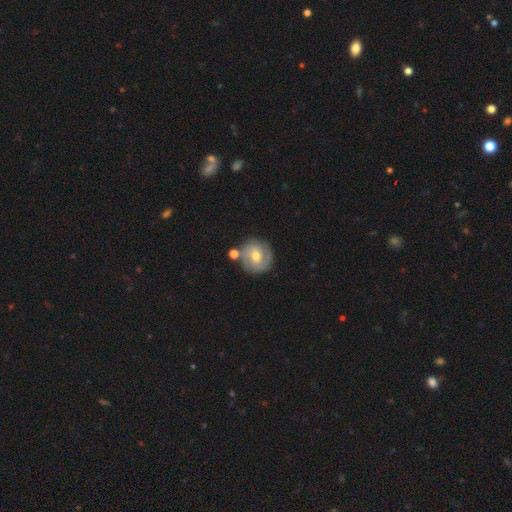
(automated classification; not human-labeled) smooth_or_featured: featured or disk (p=0.62) [alt: smooth p=0.30]
disk_edge_on: no (p=0.97) [alt: yes p=0.03]
bar: weak (p=0.44) [tied with: no p=0.44]
has_spiral_arms: yes (p=0.83) [alt: no p=0.17]
spiral_winding: tight (p=0.57) [alt: medium p=0.33]
spiral_arm_count: 2 (p=0.55) [alt: can't tell p=0.23]
bulge_size: moderate (p=0.65) [alt: small p=0.29]
merging: none (p=0.72) [alt: minor disturbance p=0.14]